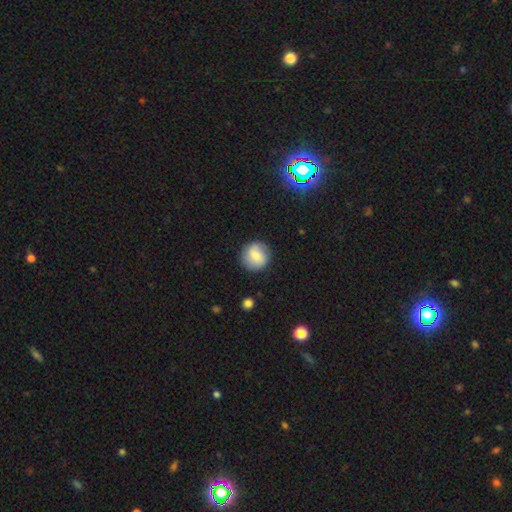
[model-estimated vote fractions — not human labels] Smooth or featured?
  - smooth: 70% *
  - featured or disk: 22%
  - star or artifact: 8%
How rounded?
  - round: 93% *
  - in between: 6%
  - cigar-shaped: 1%
Merging?
  - none: 86% *
  - minor disturbance: 10%
  - major disturbance: 3%
  - merger: 1%